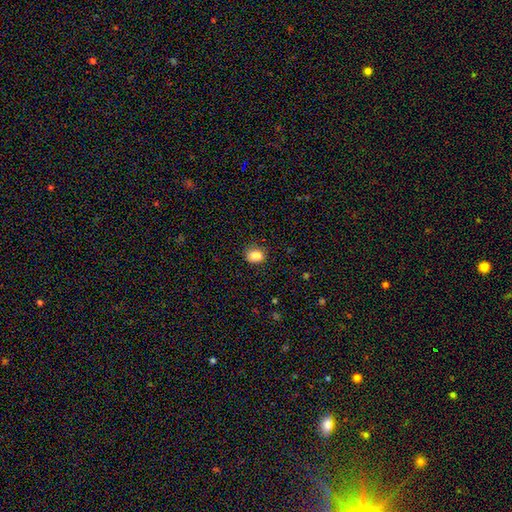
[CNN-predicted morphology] Overall: smooth (82%). How rounded: in between (50%; round 49%). Merging: none (66%).